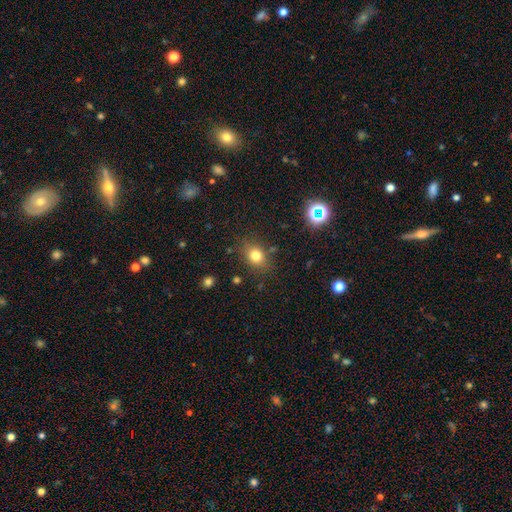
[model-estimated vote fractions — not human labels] Smooth or featured?
  - smooth: 77% *
  - star or artifact: 14%
  - featured or disk: 9%
How rounded?
  - in between: 50% *
  - round: 48%
  - cigar-shaped: 1%
Merging?
  - none: 80% *
  - minor disturbance: 13%
  - major disturbance: 4%
  - merger: 3%